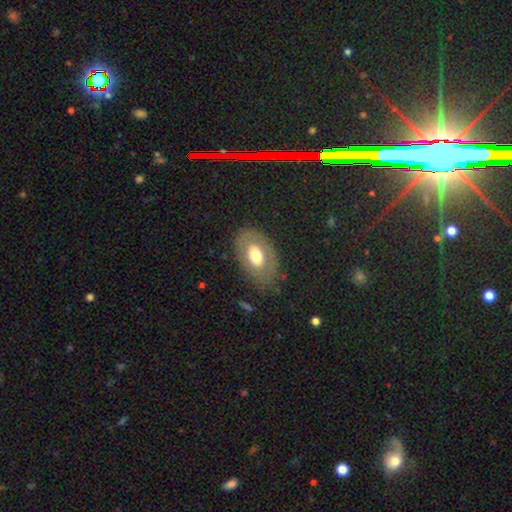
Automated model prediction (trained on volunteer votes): A smooth galaxy with no disk features (56%) that is in between round and cigar-shaped (86%). Merging: none (76%).